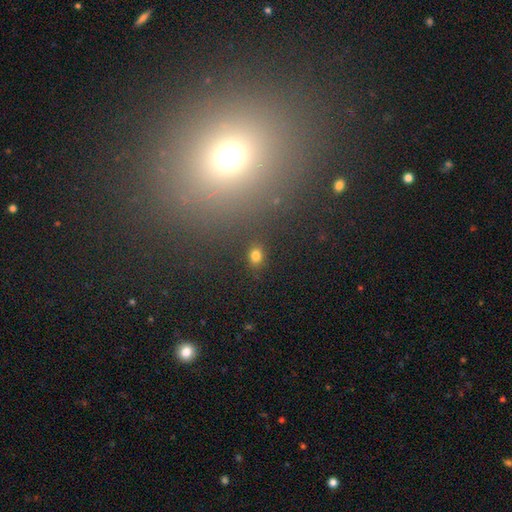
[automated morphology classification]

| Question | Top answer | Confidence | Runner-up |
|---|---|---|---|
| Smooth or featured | smooth | 79% | star or artifact (16%) |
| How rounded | in between | 56% | round (42%) |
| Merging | none | 85% | minor disturbance (9%) |